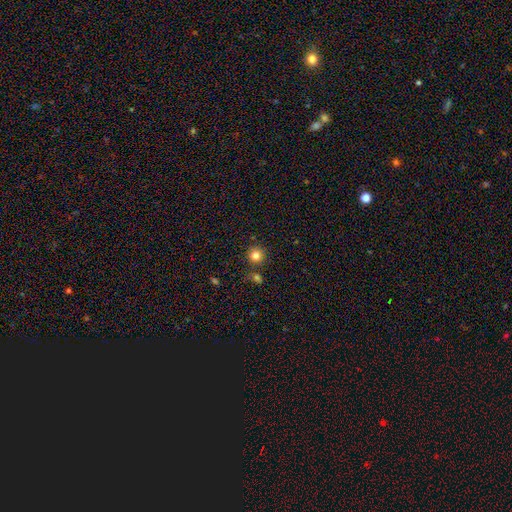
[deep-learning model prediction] Overall: smooth (81%). How rounded: round (94%). Merging: none (82%).